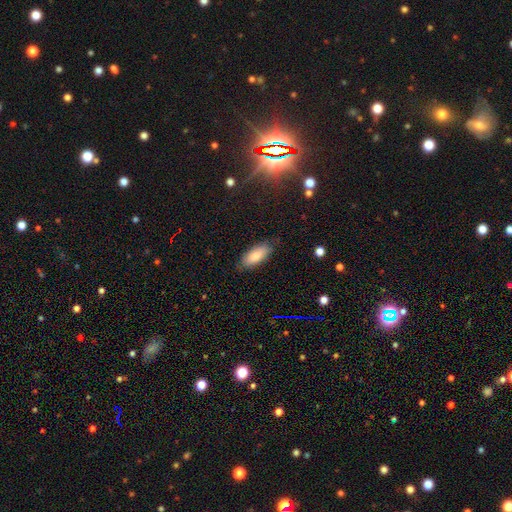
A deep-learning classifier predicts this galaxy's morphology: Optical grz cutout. It shows a smooth galaxy with no disk features (83%) that is in between round and cigar-shaped (84%). Merging: none (80%).